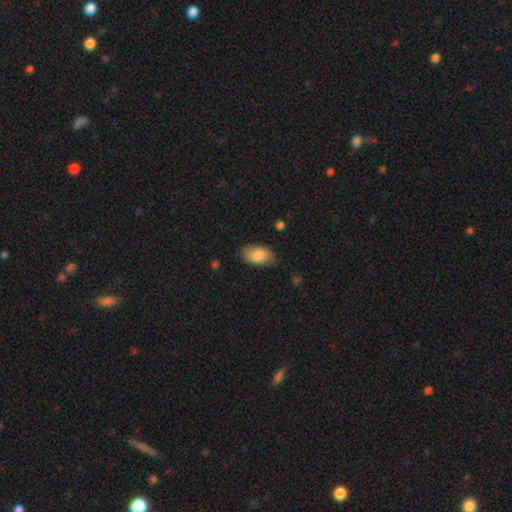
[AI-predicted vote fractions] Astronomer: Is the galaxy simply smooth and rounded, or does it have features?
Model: smooth — 83%.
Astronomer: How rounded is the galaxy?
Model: in between — 93%.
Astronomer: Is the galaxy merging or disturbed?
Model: none — 78%.